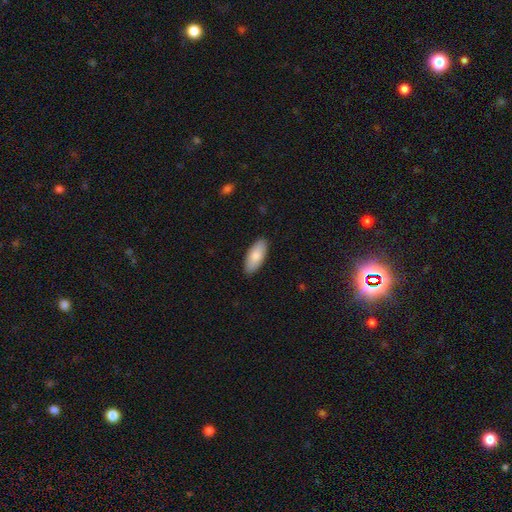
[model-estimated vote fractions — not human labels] Q: Smooth or featured?
A: smooth (82%); runner-up: featured or disk (12%)
Q: How rounded?
A: in between (87%); runner-up: cigar-shaped (11%)
Q: Merging?
A: none (90%); runner-up: minor disturbance (8%)